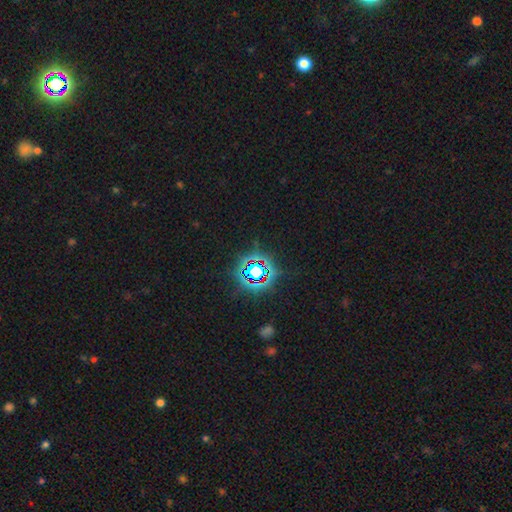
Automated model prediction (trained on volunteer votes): smooth_or_featured: star or artifact (p=0.78) [alt: smooth p=0.13]